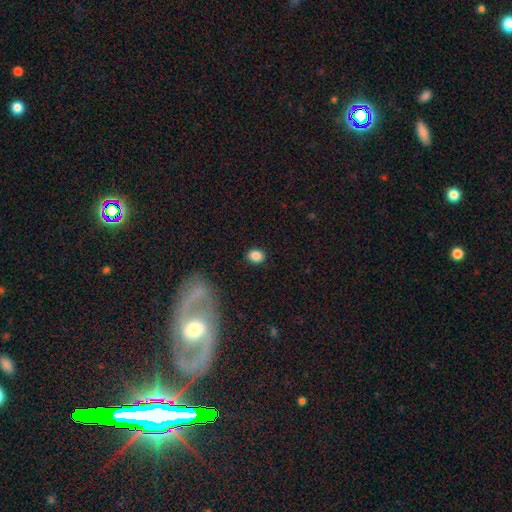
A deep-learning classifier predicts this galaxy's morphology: Smooth or featured? Predicted: smooth (p=0.85). How rounded? Predicted: round (p=0.58). Merging? Predicted: none (p=0.88).